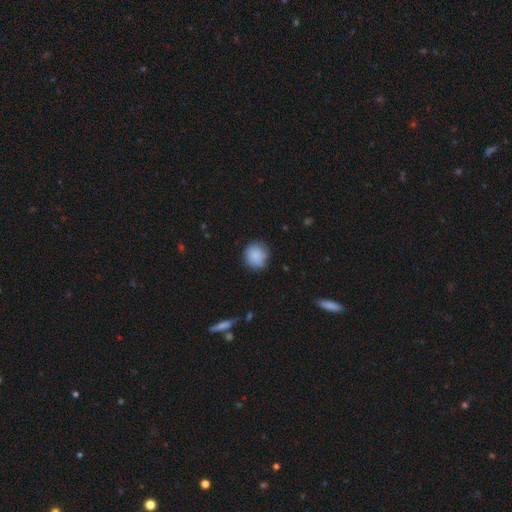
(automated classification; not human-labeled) Smooth or featured? Predicted: smooth (p=0.87). How rounded? Predicted: round (p=0.89). Merging? Predicted: none (p=0.79).